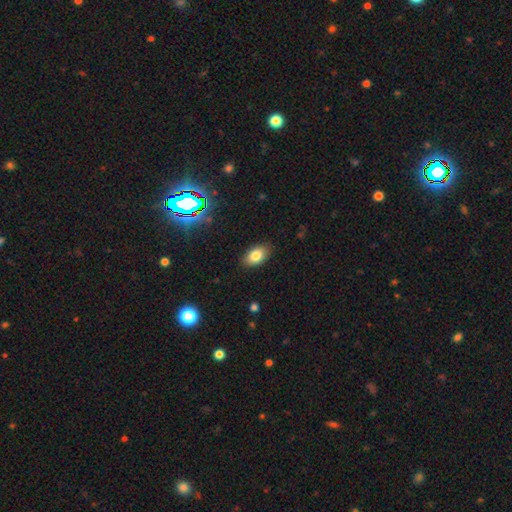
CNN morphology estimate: smooth 80%, star or artifact 11%, featured or disk 9%. Down the decision tree: how rounded — in between (91%); merging — none (88%).